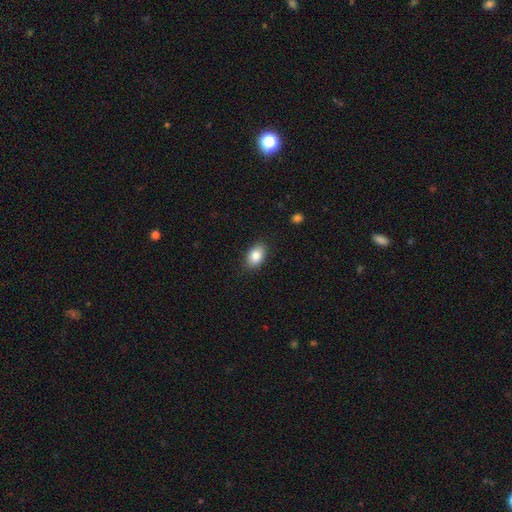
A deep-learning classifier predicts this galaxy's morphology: smooth-or-featured: smooth: 85% | star or artifact: 8% | featured or disk: 7%
  how-rounded: in between: 85% | round: 13% | cigar-shaped: 1%
  merging: none: 86% | minor disturbance: 10% | major disturbance: 2% | merger: 1%